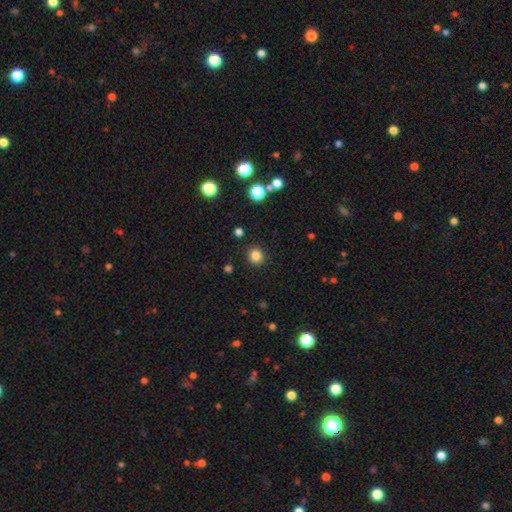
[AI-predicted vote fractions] Q: Smooth or featured?
A: smooth (83%); runner-up: star or artifact (12%)
Q: How rounded?
A: round (86%); runner-up: in between (13%)
Q: Merging?
A: none (91%); runner-up: minor disturbance (6%)